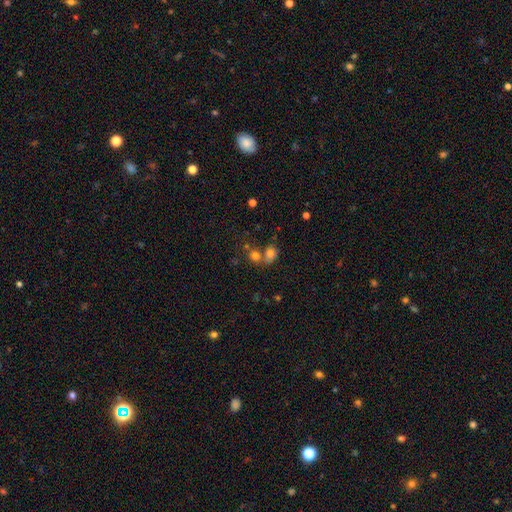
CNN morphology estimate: The model was most divided on "merging": merger: 44%, none: 43%, minor disturbance: 9%, major disturbance: 4%. More confident: smooth or featured — smooth (74%); how rounded — round (65%).